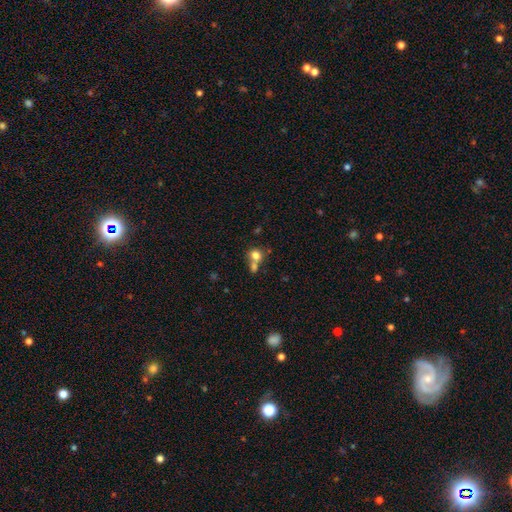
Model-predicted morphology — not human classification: Smooth or featured: smooth — 78% (featured or disk — 11%)
How rounded: round — 74% (in between — 25%)
Merging: merger — 51% (none — 38%)